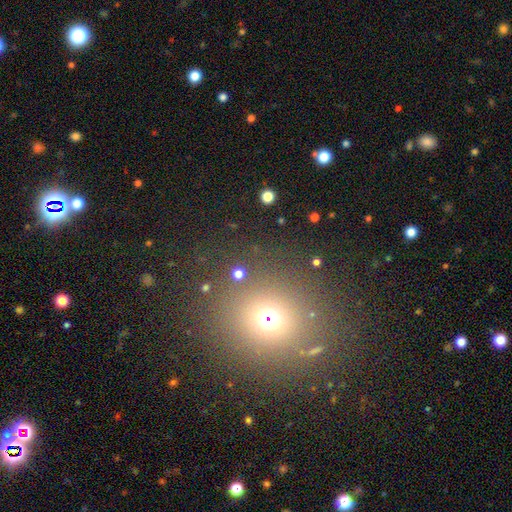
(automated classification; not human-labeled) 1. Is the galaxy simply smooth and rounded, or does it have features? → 60% smooth, 31% star or artifact, 9% featured or disk.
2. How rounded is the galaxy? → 79% round, 20% in between, 1% cigar-shaped.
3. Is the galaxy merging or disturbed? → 86% none, 8% minor disturbance, 4% major disturbance, 3% merger.